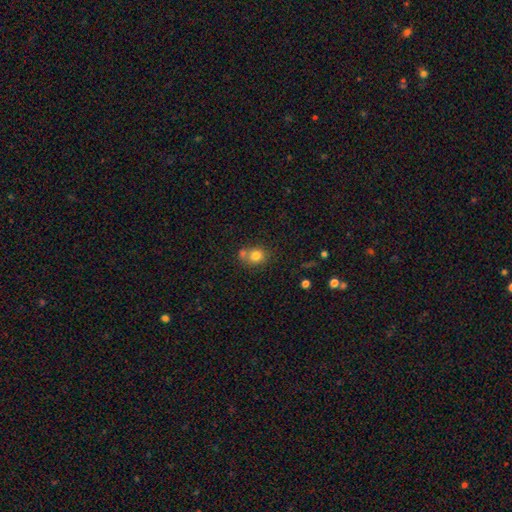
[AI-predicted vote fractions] Smooth or featured? smooth (79%)
How rounded? round (75%)
Merging? none (51%)